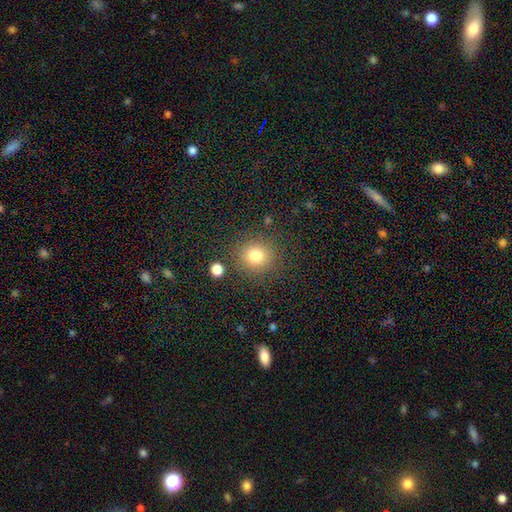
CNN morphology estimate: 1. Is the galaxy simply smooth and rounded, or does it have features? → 79% smooth, 13% star or artifact, 7% featured or disk.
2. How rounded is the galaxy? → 91% round, 8% in between, 1% cigar-shaped.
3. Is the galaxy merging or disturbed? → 85% none, 8% minor disturbance, 3% major disturbance, 3% merger.